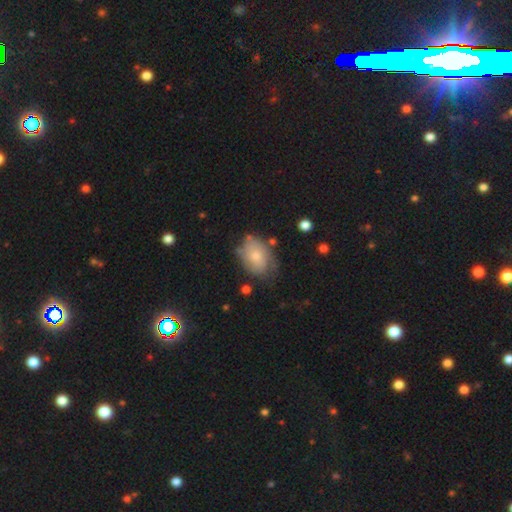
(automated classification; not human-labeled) Smooth or featured? smooth (62%)
How rounded? in between (80%)
Merging? none (56%)